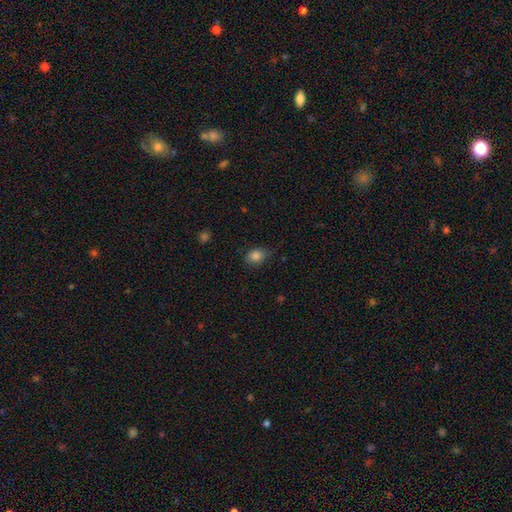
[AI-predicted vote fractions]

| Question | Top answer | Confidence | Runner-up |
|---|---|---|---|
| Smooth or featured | smooth | 84% | star or artifact (11%) |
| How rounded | in between | 61% | round (38%) |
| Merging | none | 72% | minor disturbance (22%) |